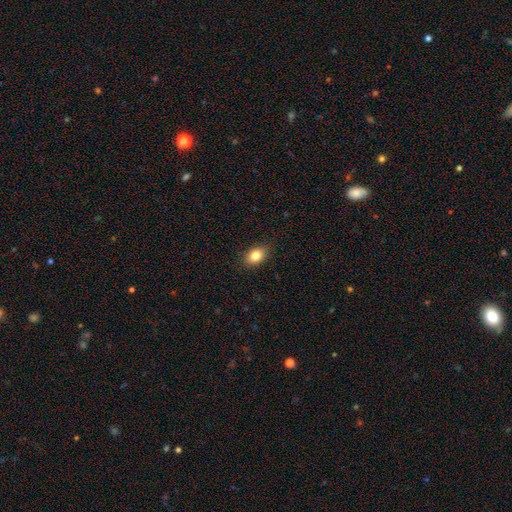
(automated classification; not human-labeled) Smooth or featured: smooth — 82% (featured or disk — 9%)
How rounded: in between — 80% (round — 18%)
Merging: none — 86% (minor disturbance — 10%)